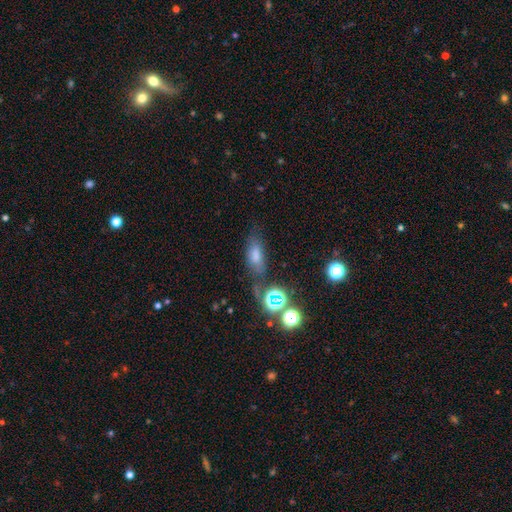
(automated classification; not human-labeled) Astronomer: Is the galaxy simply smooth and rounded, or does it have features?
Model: smooth — 64%.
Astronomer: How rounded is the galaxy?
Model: in between — 69%.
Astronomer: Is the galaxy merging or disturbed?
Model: none — 61%.